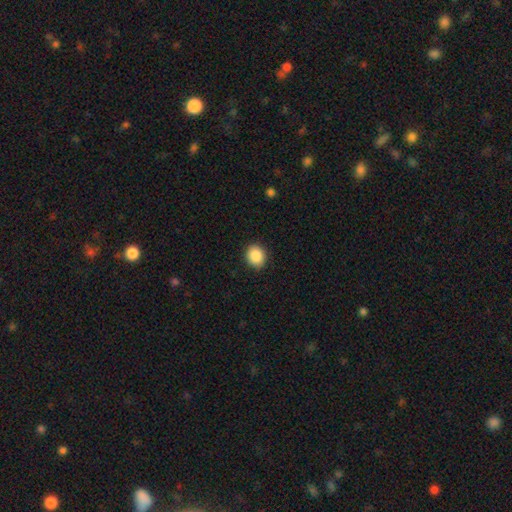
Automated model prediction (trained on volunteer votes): Morphology: type=smooth (88%); roundness=round (71%); merging=none (90%).